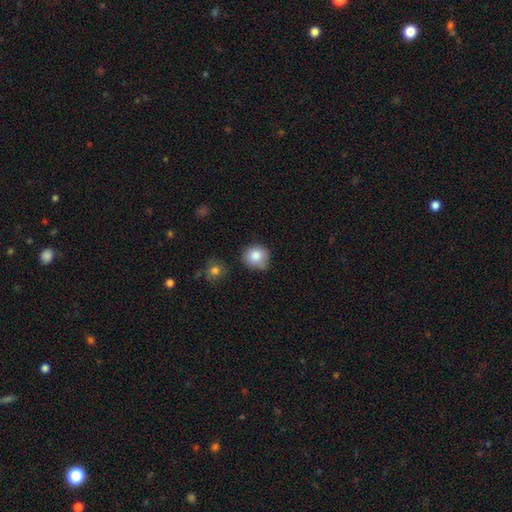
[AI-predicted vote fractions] A smooth galaxy with no disk features (84%) that is round (84%). Merging: none (66%).